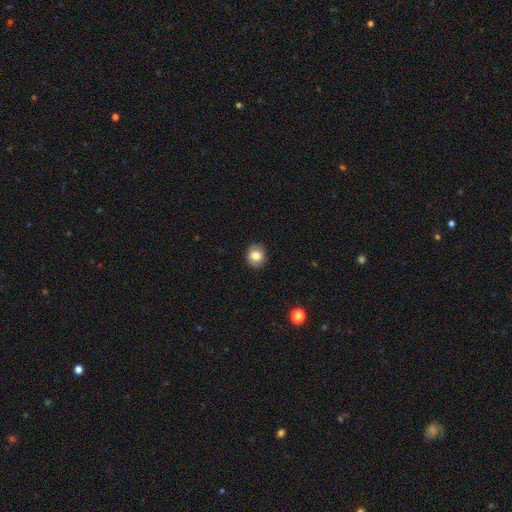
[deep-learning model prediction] Smooth or featured? smooth (80%)
How rounded? round (72%)
Merging? none (88%)